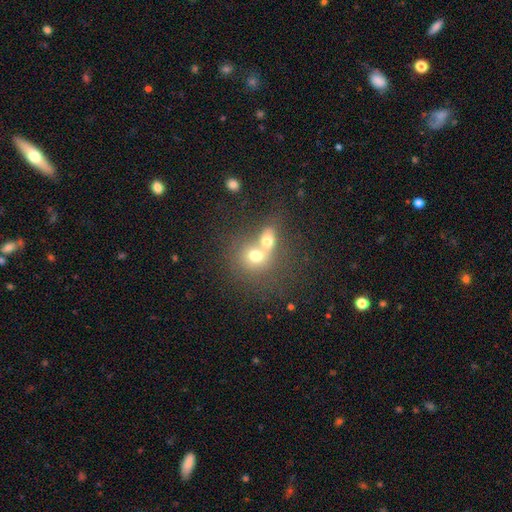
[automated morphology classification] This is likely a smooth galaxy (67%). How rounded: likely round (67%). Merging: likely merger (69%).